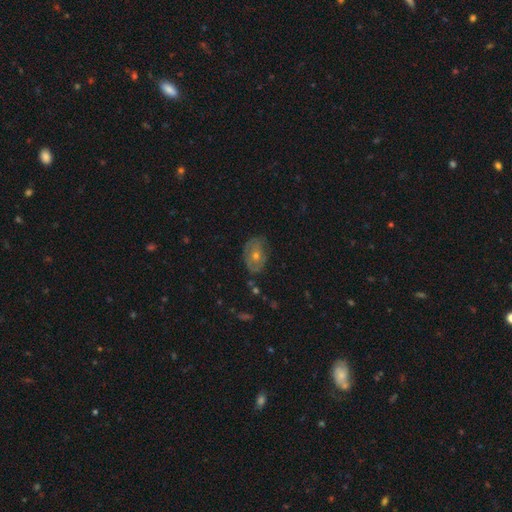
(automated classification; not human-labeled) Smooth or featured: featured or disk — 53% (smooth — 34%)
Edge-on disk: no — 92% (yes — 8%)
Merging: none — 72% (minor disturbance — 20%)